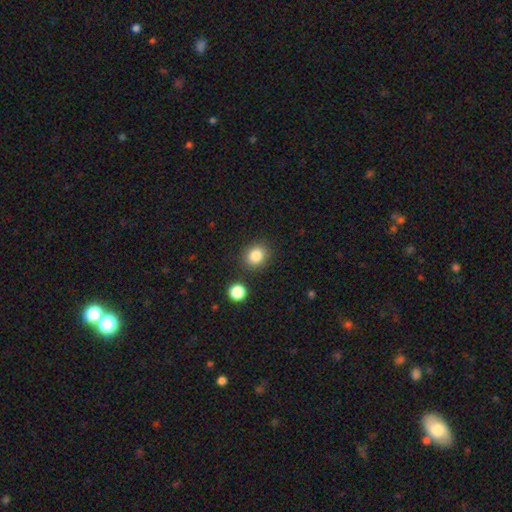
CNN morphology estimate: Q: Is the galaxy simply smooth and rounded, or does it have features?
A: smooth — 84%.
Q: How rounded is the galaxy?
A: round — 73%.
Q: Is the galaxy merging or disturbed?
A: none — 86%.